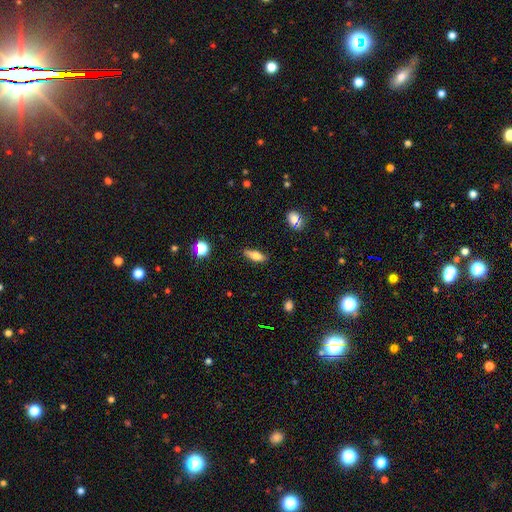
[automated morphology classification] This appears to be a smooth galaxy with no disk features (71%) that is in between round and cigar-shaped (61%). Merging: none (82%).